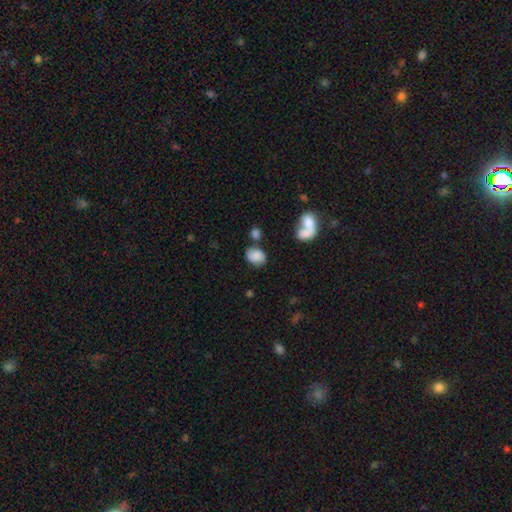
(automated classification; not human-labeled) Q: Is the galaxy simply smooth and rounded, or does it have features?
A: smooth — 77%.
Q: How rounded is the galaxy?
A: in between — 58%.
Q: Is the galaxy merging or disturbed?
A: none — 61%.